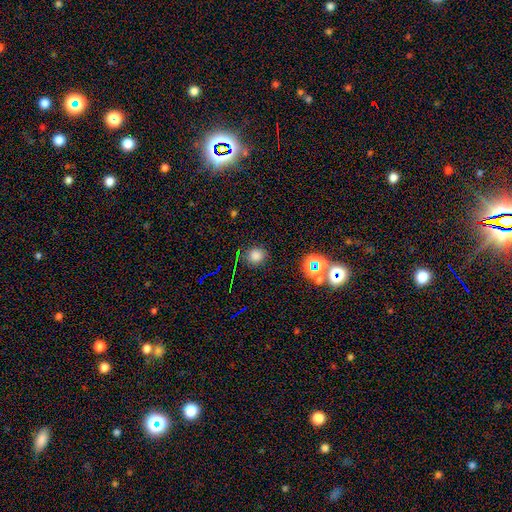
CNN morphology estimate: smooth_or_featured: smooth (p=0.73) [alt: star or artifact p=0.21]
how_rounded: round (p=0.89) [alt: in between p=0.10]
merging: none (p=0.81) [alt: minor disturbance p=0.11]